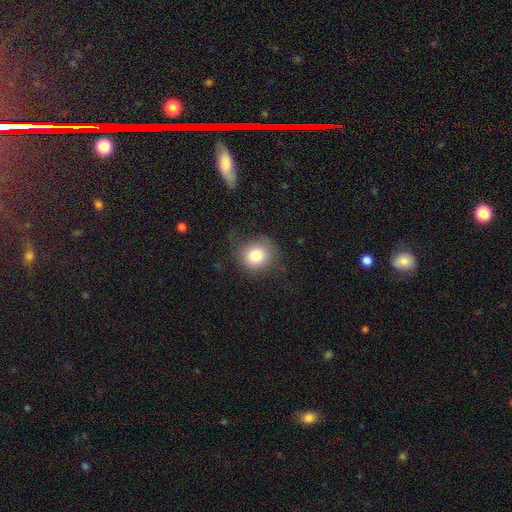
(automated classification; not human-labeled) smooth-or-featured: smooth: 80% | star or artifact: 10% | featured or disk: 10%
  how-rounded: round: 86% | in between: 13% | cigar-shaped: 1%
  merging: none: 73% | minor disturbance: 17% | major disturbance: 8% | merger: 1%